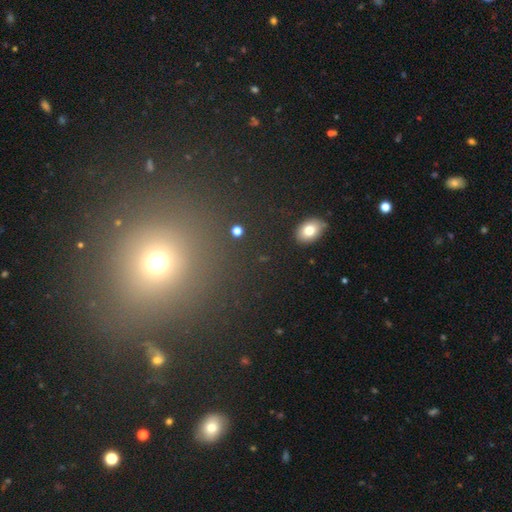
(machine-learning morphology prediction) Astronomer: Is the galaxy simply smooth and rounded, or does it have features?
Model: smooth — 57% (runner-up: star or artifact, 35%).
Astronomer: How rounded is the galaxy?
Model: round — 88%.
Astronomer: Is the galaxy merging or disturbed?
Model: none — 88%.